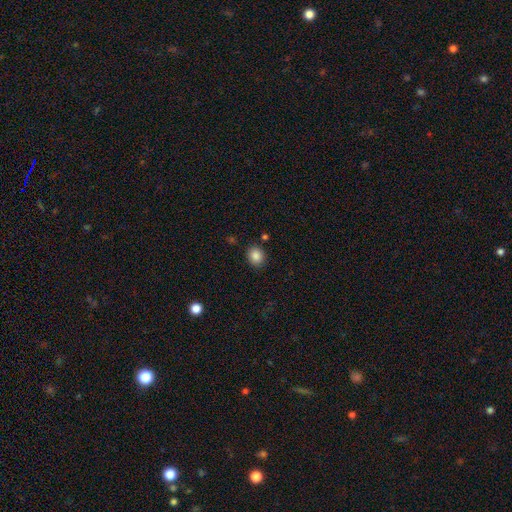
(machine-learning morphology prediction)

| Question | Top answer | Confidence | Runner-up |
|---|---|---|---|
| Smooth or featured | smooth | 86% | star or artifact (10%) |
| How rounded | round | 71% | in between (28%) |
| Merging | none | 86% | minor disturbance (8%) |